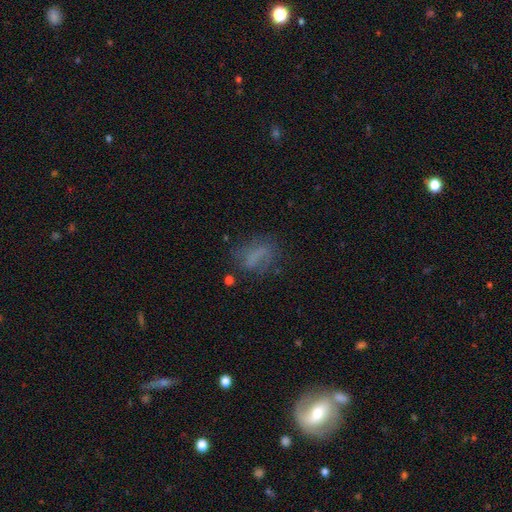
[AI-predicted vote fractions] smooth-or-featured: smooth: 56% | featured or disk: 28% | star or artifact: 16%
  how-rounded: in between: 66% | round: 18% | cigar-shaped: 15%
  merging: none: 54% | minor disturbance: 23% | major disturbance: 19% | merger: 4%